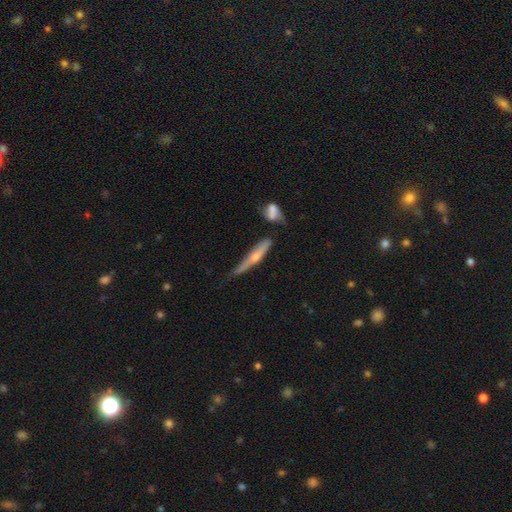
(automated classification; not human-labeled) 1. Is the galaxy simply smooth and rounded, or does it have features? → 56% featured or disk, 37% smooth, 6% star or artifact.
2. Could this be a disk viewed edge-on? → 91% yes, 9% no.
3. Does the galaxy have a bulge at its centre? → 79% rounded, 14% none, 7% boxy.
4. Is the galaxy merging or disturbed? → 50% none, 28% minor disturbance, 13% merger, 9% major disturbance.